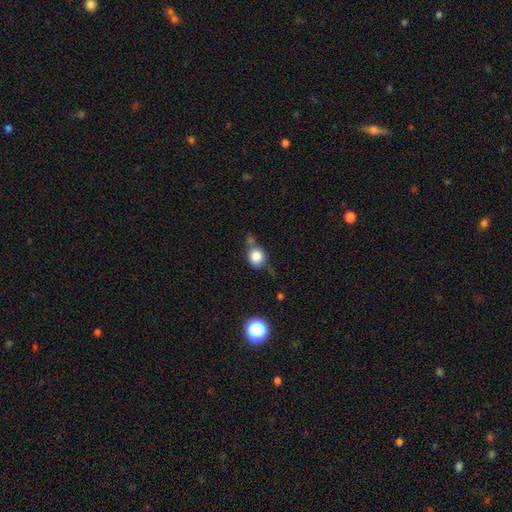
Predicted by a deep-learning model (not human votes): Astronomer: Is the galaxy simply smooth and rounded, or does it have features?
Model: smooth — 78%.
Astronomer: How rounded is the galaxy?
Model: round — 57% (runner-up: in between, 42%).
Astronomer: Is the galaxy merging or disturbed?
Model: none — 49% (runner-up: minor disturbance, 27%).